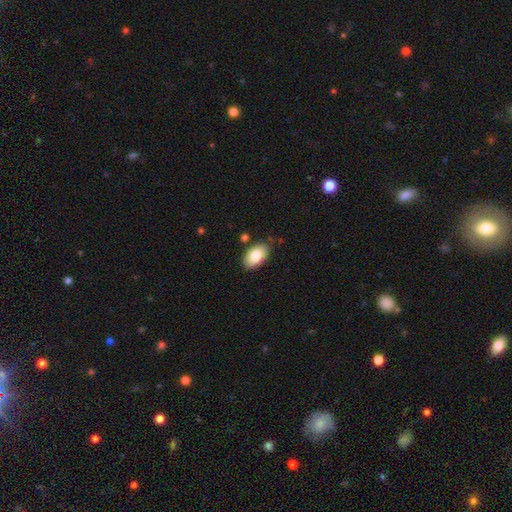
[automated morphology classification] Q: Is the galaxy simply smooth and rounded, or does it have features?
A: smooth — 82%.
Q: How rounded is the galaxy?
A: in between — 93%.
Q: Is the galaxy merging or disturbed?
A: none — 82%.